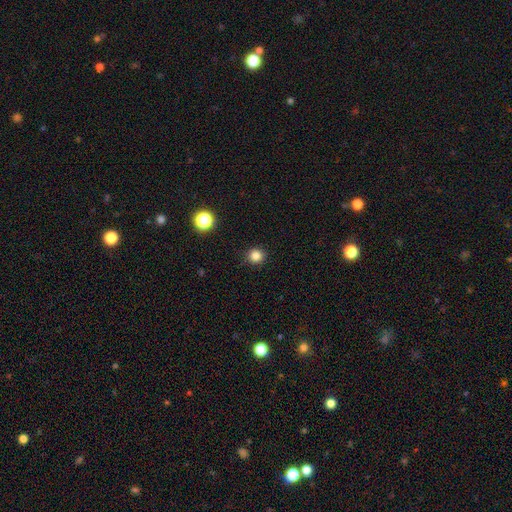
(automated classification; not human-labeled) Smooth or featured? Predicted: smooth (p=0.83). How rounded? Predicted: round (p=0.93). Merging? Predicted: none (p=0.91).